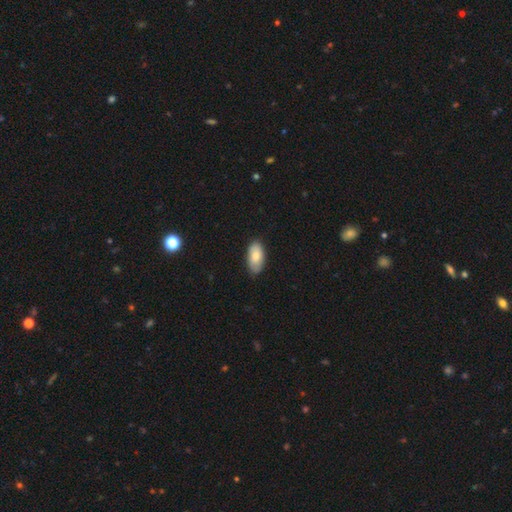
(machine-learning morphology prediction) Smooth or featured? smooth (77%)
How rounded? in between (94%)
Merging? none (82%)